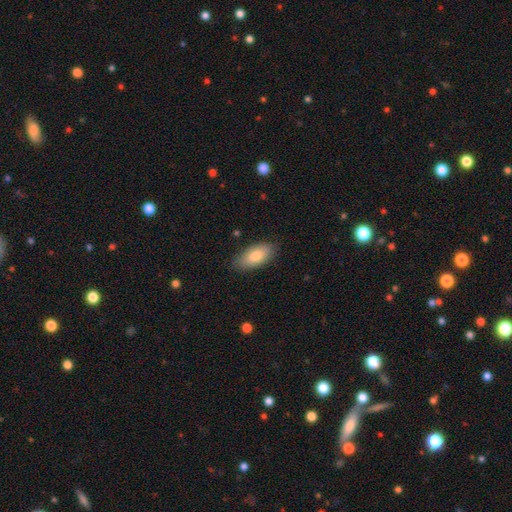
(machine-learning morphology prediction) type=smooth (80%); roundness=in between (89%); merging=none (85%).